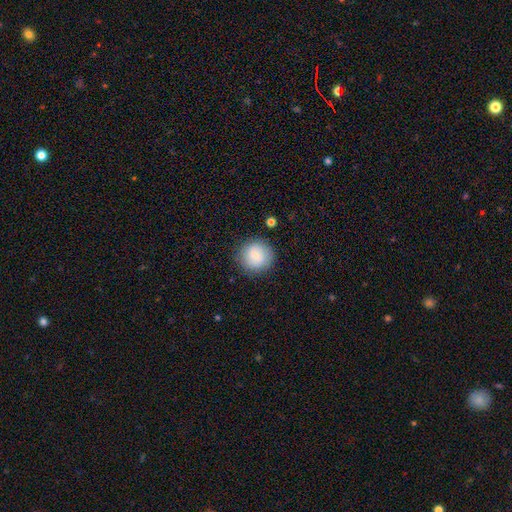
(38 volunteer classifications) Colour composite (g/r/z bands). It shows a smooth galaxy with no disk features (79%) that is round (90%). Merging: none (91%).